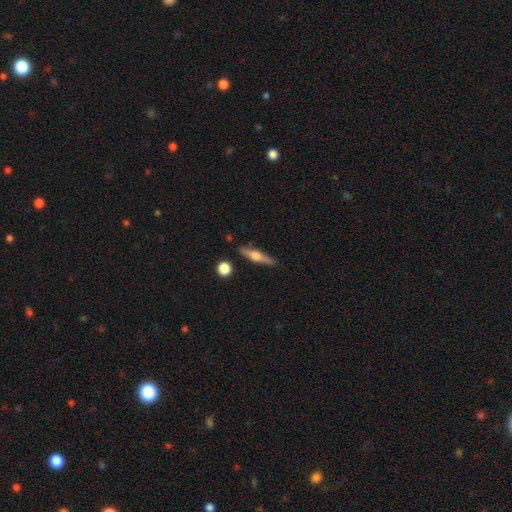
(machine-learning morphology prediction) Smooth or featured: featured or disk — 60% (smooth — 34%)
Edge-on disk: yes — 95% (no — 5%)
Edge-on bulge: rounded — 93% (boxy — 4%)
Merging: none — 86% (minor disturbance — 9%)